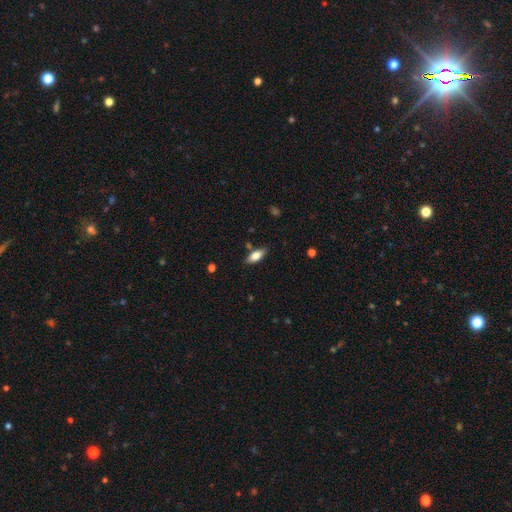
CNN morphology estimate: This is likely a smooth galaxy (71%). How rounded: likely in between (77%). Merging: clearly none (82%).